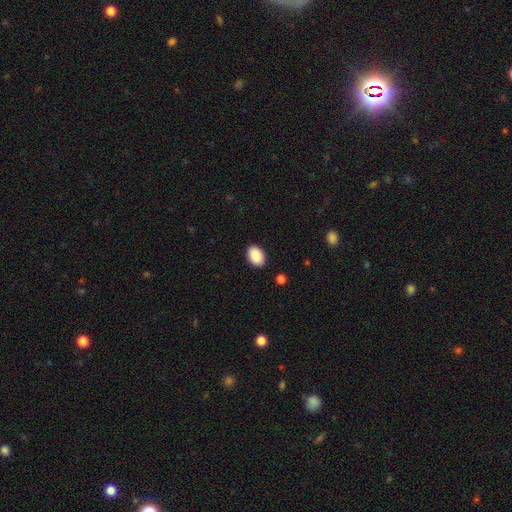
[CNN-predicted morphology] Smooth or featured? Predicted: smooth (p=0.90). How rounded? Predicted: in between (p=0.86). Merging? Predicted: none (p=0.89).